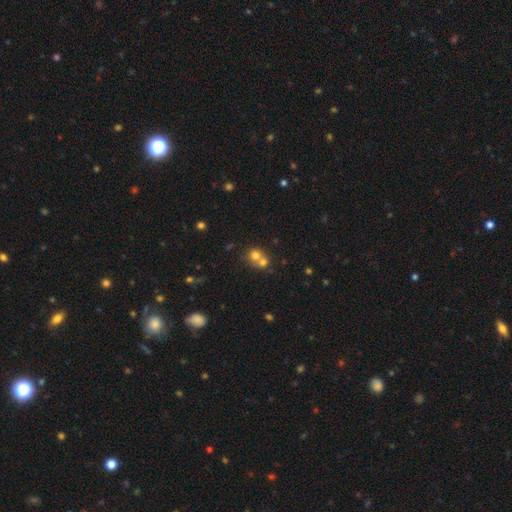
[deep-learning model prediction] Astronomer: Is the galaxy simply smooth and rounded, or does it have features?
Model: smooth — 70%.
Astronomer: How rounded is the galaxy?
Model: round — 81%.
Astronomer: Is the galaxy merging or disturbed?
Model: merger — 61%.